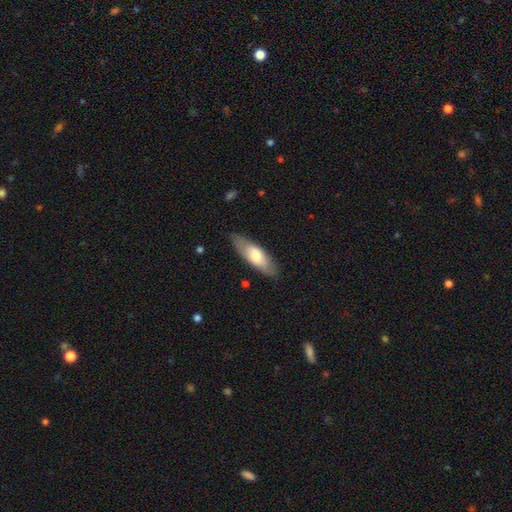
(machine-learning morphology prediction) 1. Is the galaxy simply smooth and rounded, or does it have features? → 64% smooth, 31% featured or disk, 5% star or artifact.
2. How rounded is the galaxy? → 60% in between, 39% cigar-shaped, 2% round.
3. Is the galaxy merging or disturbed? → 81% none, 15% minor disturbance, 3% major disturbance, 1% merger.